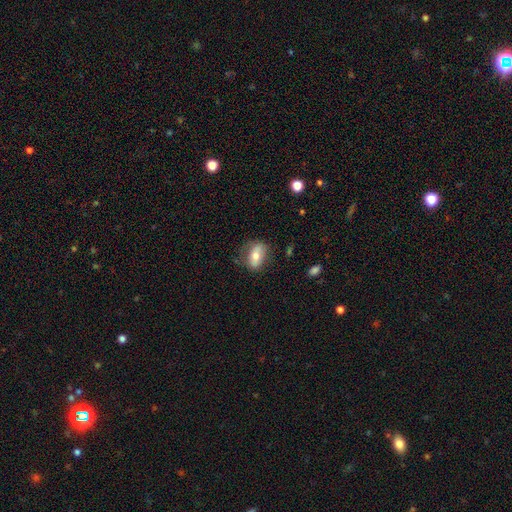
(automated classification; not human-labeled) The model was most divided on "smooth or featured": smooth: 60%, featured or disk: 32%, star or artifact: 8%. More confident: how rounded — in between (82%); merging — none (70%).